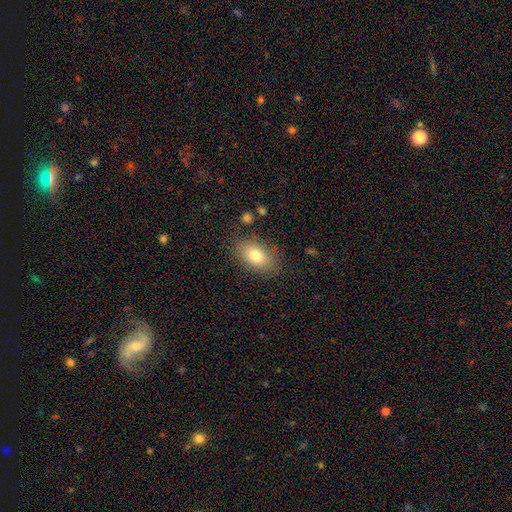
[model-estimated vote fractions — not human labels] Smooth or featured? smooth (77%)
How rounded? in between (88%)
Merging? none (81%)